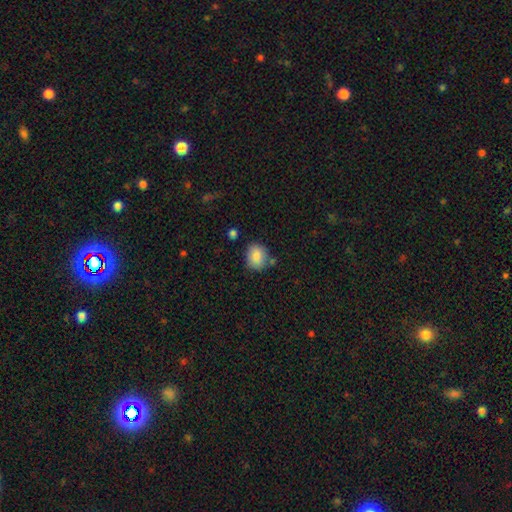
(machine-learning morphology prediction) Smooth or featured? smooth (84%)
How rounded? round (65%)
Merging? none (76%)